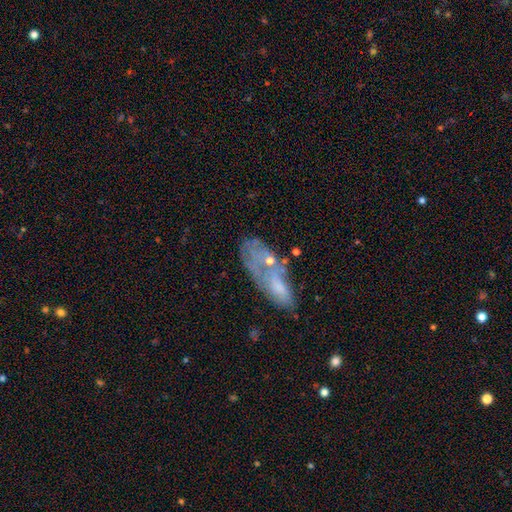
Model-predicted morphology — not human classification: A featured or disk galaxy (44%).

Vote fractions:
- Smooth or featured? featured or disk: 44% / smooth: 42% / star or artifact: 13%
- Merging? none: 44% / minor disturbance: 22% / major disturbance: 17% / merger: 17%